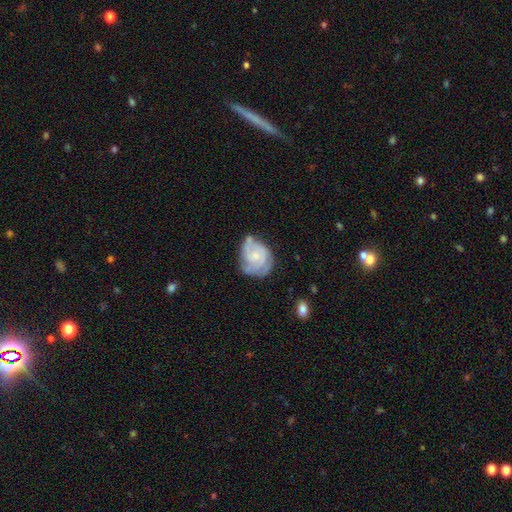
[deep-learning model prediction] This appears to be a featured or disk galaxy (72%) with no bar (70%), 2 (30%, tied with can't tell) tight (55%) spiral arms (88%) and a small central bulge (53%). Merging: none (52%).